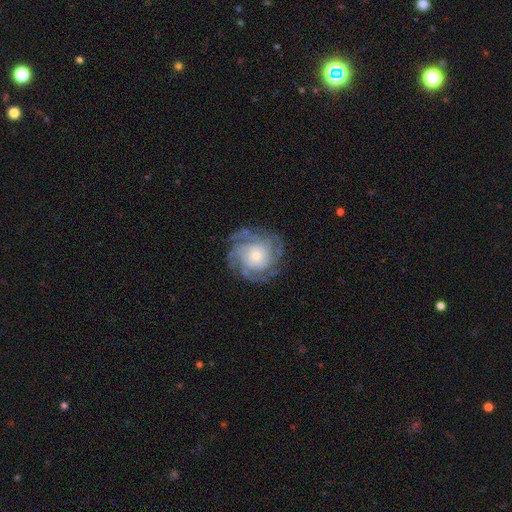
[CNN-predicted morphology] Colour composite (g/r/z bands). It shows a featured or disk galaxy (85%) with no bar (78%), 4 (29%) tight (66%) spiral arms (96%) and a moderate central bulge (44%). Merging: none (76%).